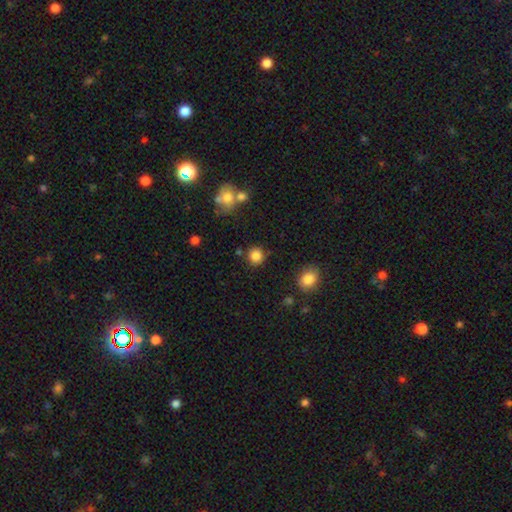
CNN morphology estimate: Q: Smooth or featured?
A: smooth (85%); runner-up: star or artifact (11%)
Q: How rounded?
A: round (92%); runner-up: in between (7%)
Q: Merging?
A: none (84%); runner-up: minor disturbance (9%)